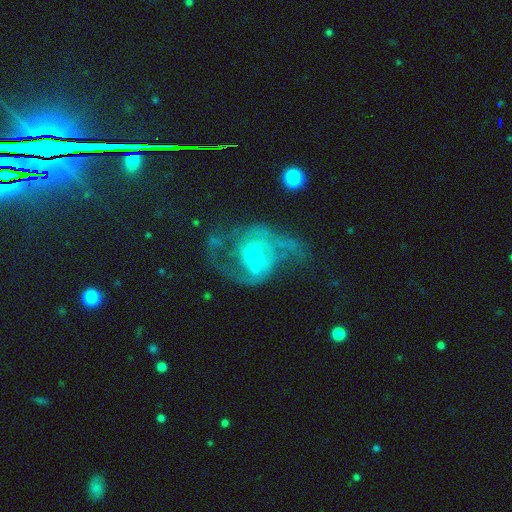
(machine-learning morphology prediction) smooth_or_featured: featured or disk (p=0.82) [alt: smooth p=0.10]
disk_edge_on: no (p=0.98) [alt: yes p=0.02]
bar: no (p=0.63) [alt: weak p=0.29]
has_spiral_arms: yes (p=0.88) [alt: no p=0.12]
spiral_winding: medium (p=0.47) [alt: loose p=0.34]
spiral_arm_count: 2 (p=0.73) [alt: can't tell p=0.12]
bulge_size: small (p=0.50) [alt: moderate p=0.44]
merging: none (p=0.36) [alt: major disturbance p=0.28]